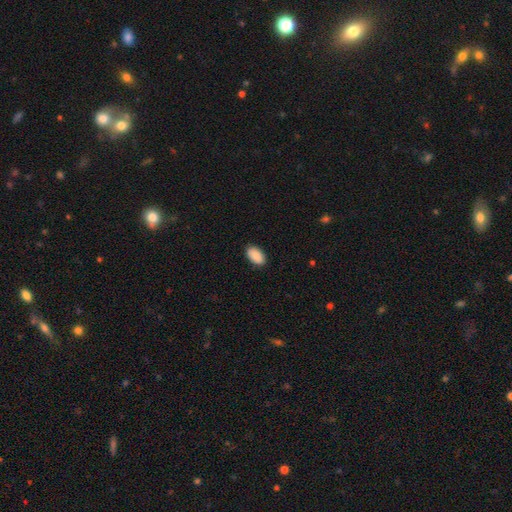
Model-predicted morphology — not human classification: type=smooth (87%); roundness=in between (94%); merging=none (88%).